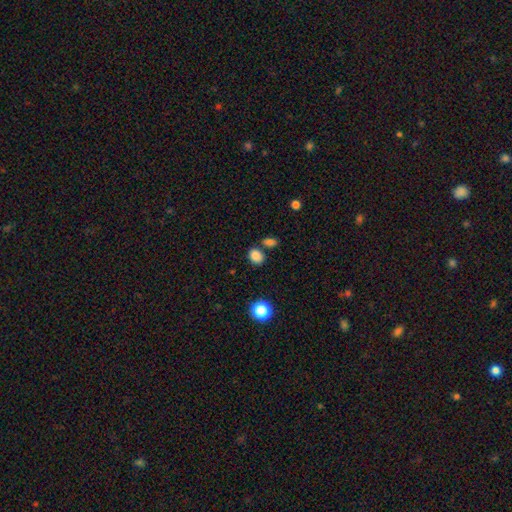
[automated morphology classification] Smooth or featured: smooth — 85% (star or artifact — 11%)
How rounded: in between — 57% (round — 42%)
Merging: none — 72% (merger — 13%)